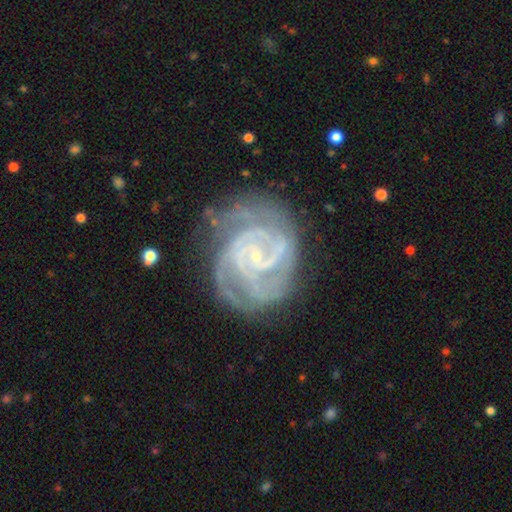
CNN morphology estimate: type=featured or disk (90%); edge-on=no (98%); bar=no (56%); spiral arms=yes (98%); winding=tight (67%); arm count=3 (30%); bulge=small (85%); merging=none (67%).